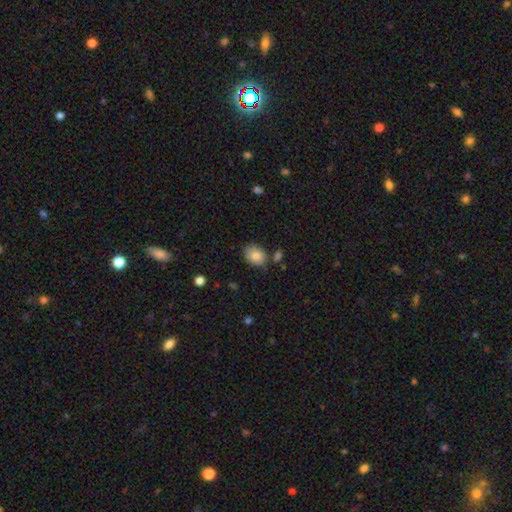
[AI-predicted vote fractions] Smooth or featured?
  - smooth: 85% *
  - star or artifact: 8%
  - featured or disk: 7%
How rounded?
  - in between: 66% *
  - round: 33%
  - cigar-shaped: 1%
Merging?
  - none: 73% *
  - minor disturbance: 17%
  - merger: 6%
  - major disturbance: 4%